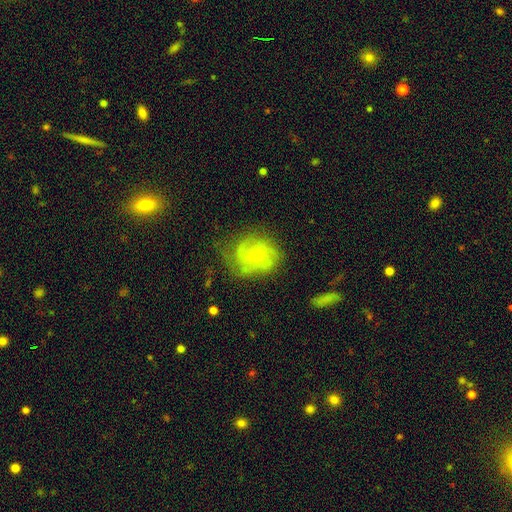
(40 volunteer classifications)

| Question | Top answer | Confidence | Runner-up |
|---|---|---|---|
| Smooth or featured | featured or disk | 78% | smooth (18%) |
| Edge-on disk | no | 97% | yes (3%) |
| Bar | weak | 47% | tied: no (47%) |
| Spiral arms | yes | 93% | no (7%) |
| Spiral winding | medium | 68% | tight (32%) |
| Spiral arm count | can't tell | 32% | 3 (25%) |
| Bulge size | small | 83% | moderate (13%) |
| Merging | none | 61% | minor disturbance (18%) |